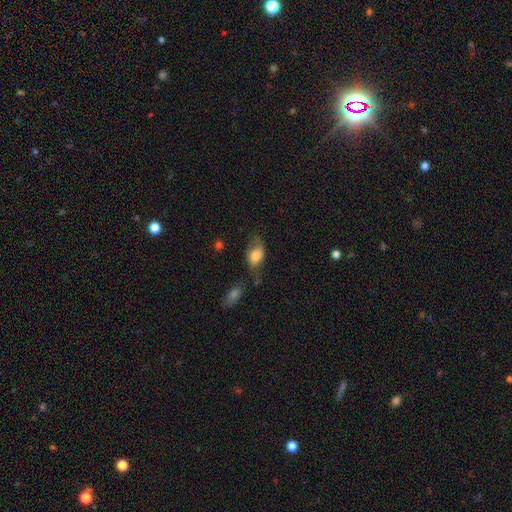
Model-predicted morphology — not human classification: type=smooth (71%); roundness=in between (85%); merging=none (40%).